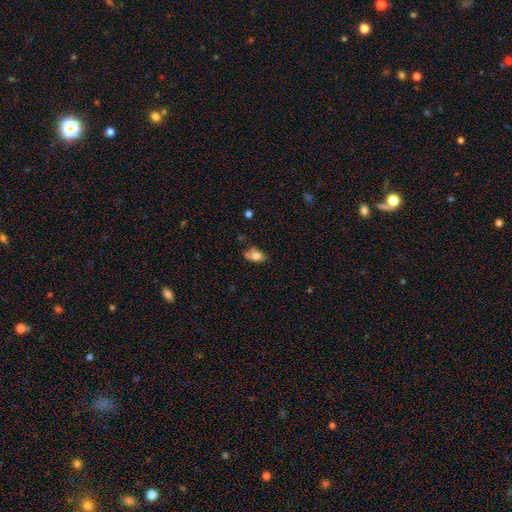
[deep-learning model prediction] smooth 78%, featured or disk 13%, star or artifact 9%. Down the decision tree: how rounded — in between (86%); merging — none (52%).